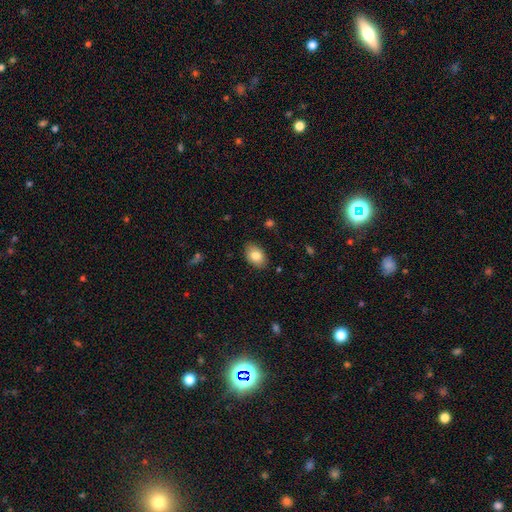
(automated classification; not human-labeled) smooth-or-featured: smooth: 82% | featured or disk: 11% | star or artifact: 7%
  how-rounded: in between: 86% | round: 13% | cigar-shaped: 1%
  merging: none: 86% | minor disturbance: 10% | major disturbance: 2% | merger: 1%